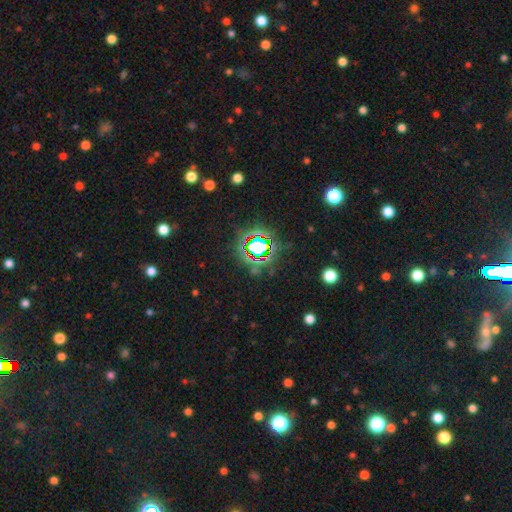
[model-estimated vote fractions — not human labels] Smooth or featured? Predicted: star or artifact (p=0.81).